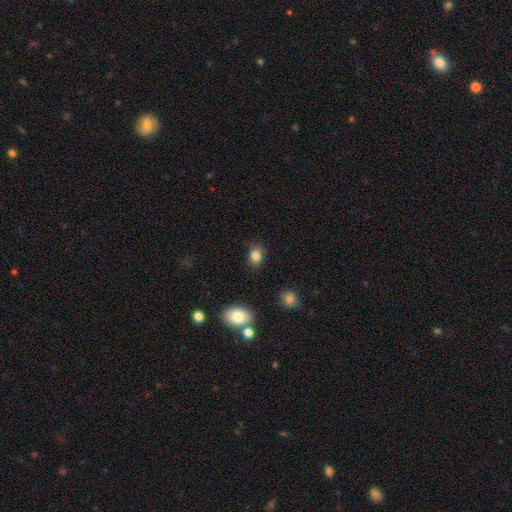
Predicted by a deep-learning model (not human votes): This is clearly a smooth galaxy (84%). How rounded: likely in between (66%). Merging: clearly none (81%).